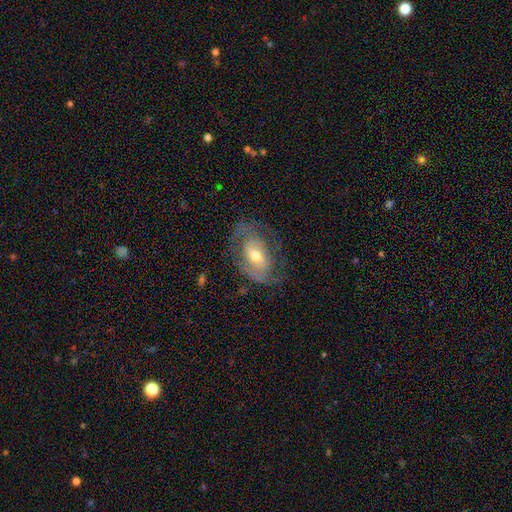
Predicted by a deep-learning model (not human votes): Smooth or featured? Predicted: featured or disk (p=0.71). Edge-on disk? Predicted: no (p=0.94). Bar? Predicted: weak (p=0.44). Spiral arms? Predicted: yes (p=0.76). Spiral winding? Predicted: tight (p=0.43). Spiral arm count? Predicted: 2 (p=0.51). Bulge size? Predicted: moderate (p=0.66). Merging? Predicted: none (p=0.59).